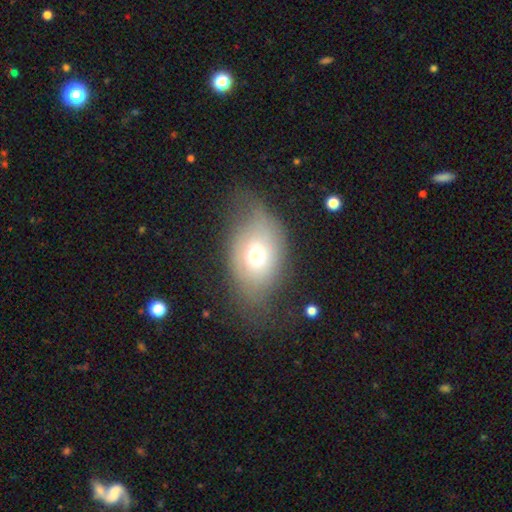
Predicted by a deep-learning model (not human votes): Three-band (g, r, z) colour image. It shows a smooth galaxy with no disk features (61%) that is in between round and cigar-shaped (76%). Merging: none (46%).